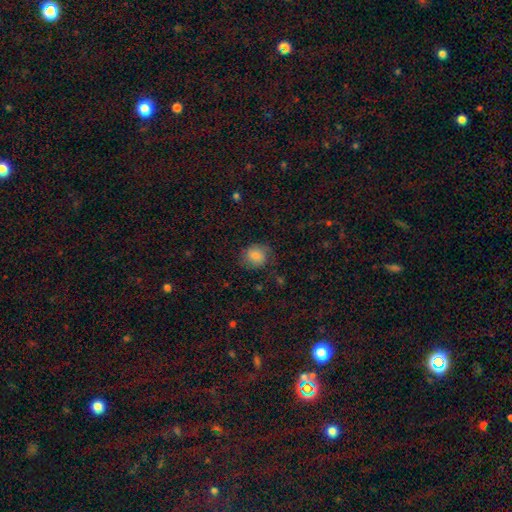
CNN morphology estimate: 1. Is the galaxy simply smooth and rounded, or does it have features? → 81% smooth, 10% featured or disk, 9% star or artifact.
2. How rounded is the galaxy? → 71% round, 28% in between, 1% cigar-shaped.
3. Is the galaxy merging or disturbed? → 71% none, 20% minor disturbance, 8% major disturbance, 1% merger.